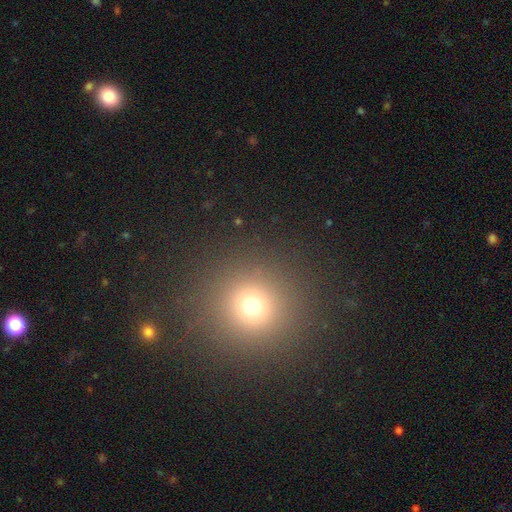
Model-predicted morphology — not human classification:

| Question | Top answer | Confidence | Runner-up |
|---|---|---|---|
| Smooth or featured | smooth | 64% | star or artifact (29%) |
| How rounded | round | 92% | in between (7%) |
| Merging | none | 92% | minor disturbance (5%) |